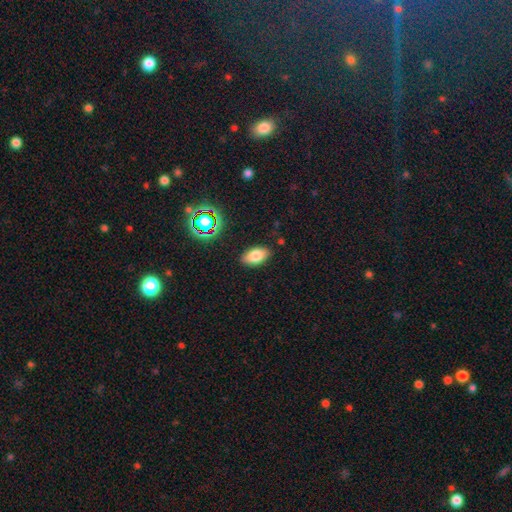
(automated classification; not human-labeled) Smooth or featured?
  - smooth: 78% *
  - featured or disk: 11%
  - star or artifact: 10%
How rounded?
  - in between: 92% *
  - round: 5%
  - cigar-shaped: 3%
Merging?
  - none: 86% *
  - minor disturbance: 10%
  - major disturbance: 2%
  - merger: 1%